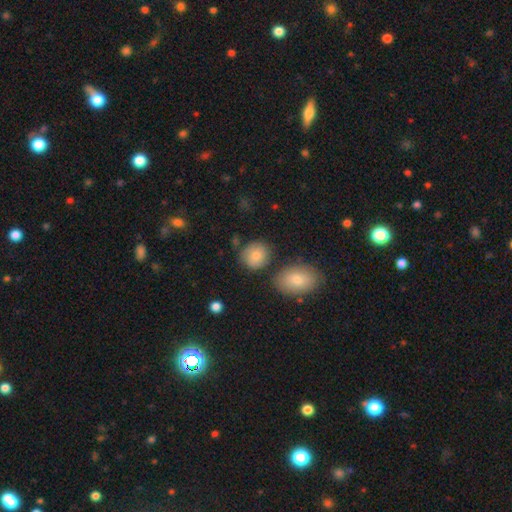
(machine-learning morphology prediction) smooth 80%, featured or disk 12%, star or artifact 8%. Down the decision tree: how rounded — round (75%); merging — none (72%).